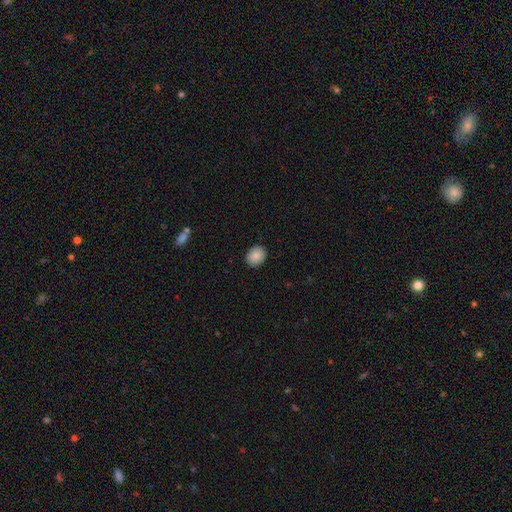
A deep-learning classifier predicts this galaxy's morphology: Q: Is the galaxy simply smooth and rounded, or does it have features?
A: smooth — 88%.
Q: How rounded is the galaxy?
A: round — 59%.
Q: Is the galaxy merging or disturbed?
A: none — 90%.